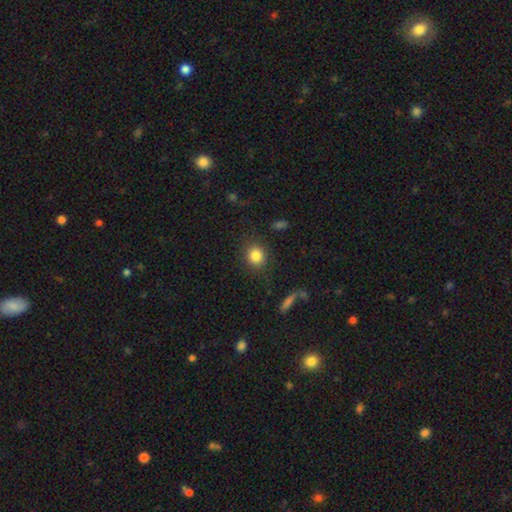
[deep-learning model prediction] This appears to be a smooth galaxy with no disk features (84%) that is round (80%). Merging: none (86%).